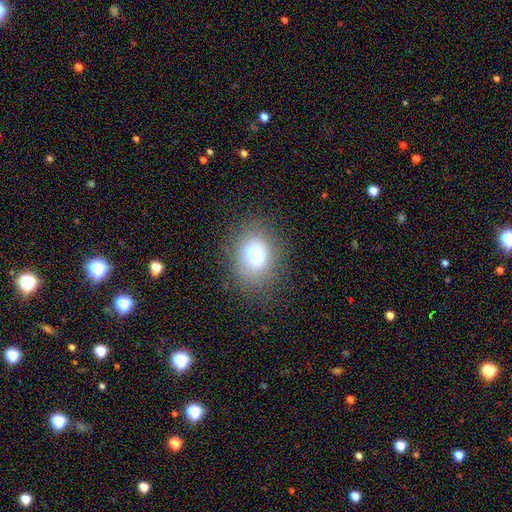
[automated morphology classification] Smooth or featured? smooth (70%)
How rounded? round (57%)
Merging? none (73%)